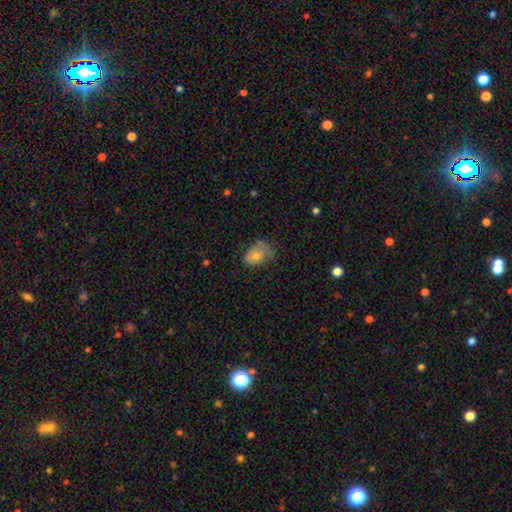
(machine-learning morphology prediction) Smooth or featured?
  - smooth: 58% *
  - featured or disk: 32%
  - star or artifact: 10%
How rounded?
  - in between: 77% *
  - round: 22%
  - cigar-shaped: 1%
Merging?
  - none: 37% *
  - minor disturbance: 36%
  - major disturbance: 25%
  - merger: 2%